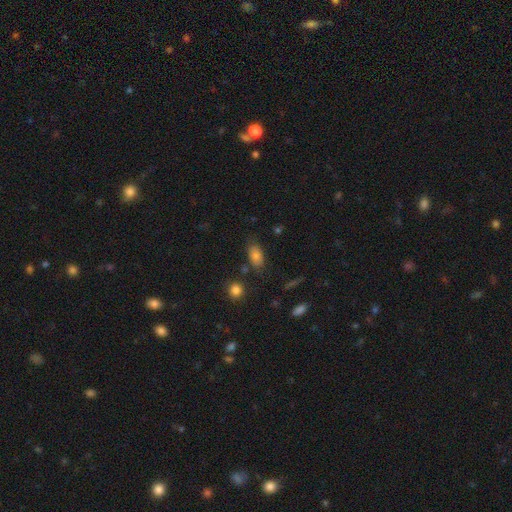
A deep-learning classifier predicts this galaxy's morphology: smooth-or-featured: smooth: 80% | star or artifact: 10% | featured or disk: 10%
  how-rounded: in between: 89% | round: 7% | cigar-shaped: 4%
  merging: none: 72% | minor disturbance: 17% | merger: 5% | major disturbance: 5%